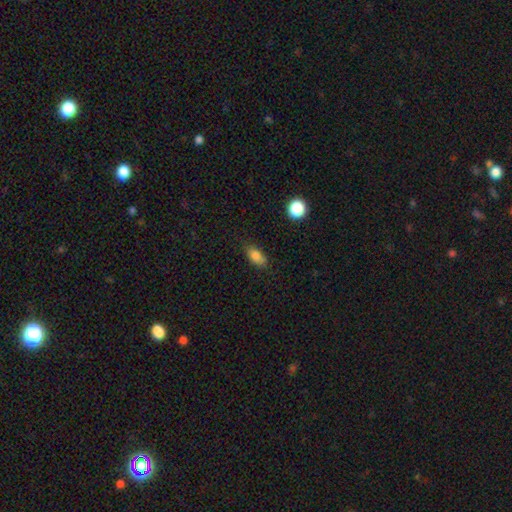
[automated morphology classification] smooth_or_featured: smooth (p=0.83) [alt: star or artifact p=0.09]
how_rounded: in between (p=0.85) [alt: cigar-shaped p=0.08]
merging: none (p=0.79) [alt: minor disturbance p=0.16]